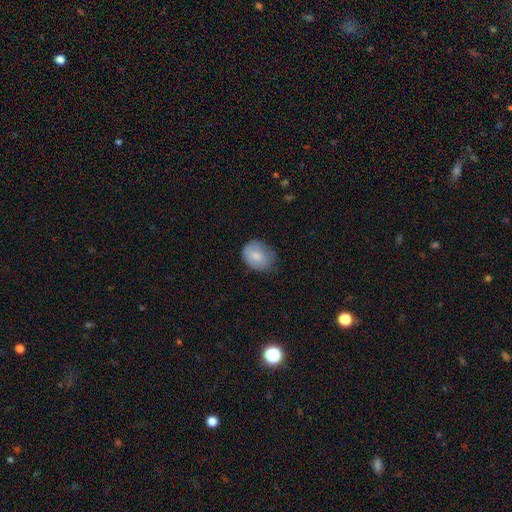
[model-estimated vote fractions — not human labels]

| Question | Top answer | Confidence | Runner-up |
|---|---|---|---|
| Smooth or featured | smooth | 81% | featured or disk (12%) |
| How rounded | in between | 51% | round (48%) |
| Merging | none | 59% | minor disturbance (32%) |